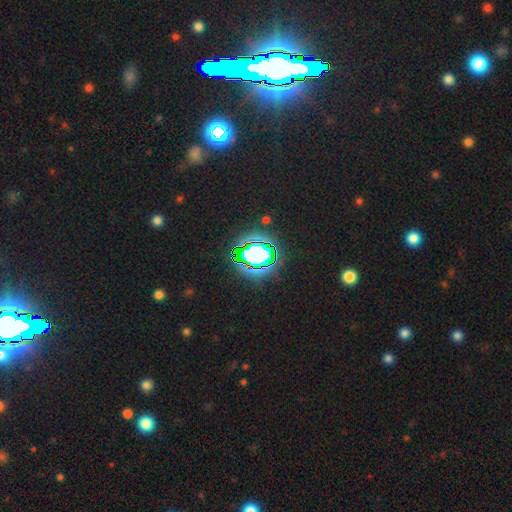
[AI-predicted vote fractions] Overall: star or artifact (68%).